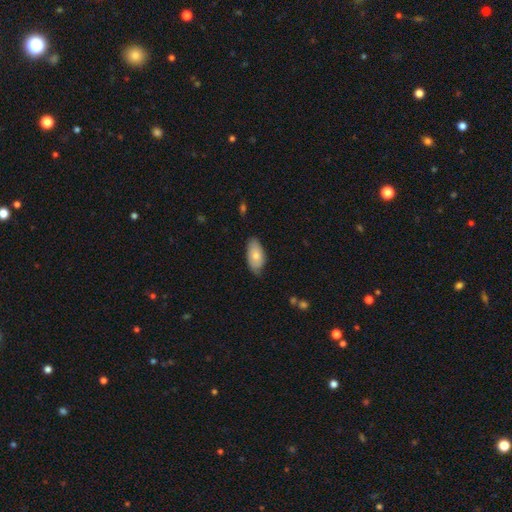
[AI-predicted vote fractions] Overall: smooth (74%). How rounded: in between (93%). Merging: none (75%).